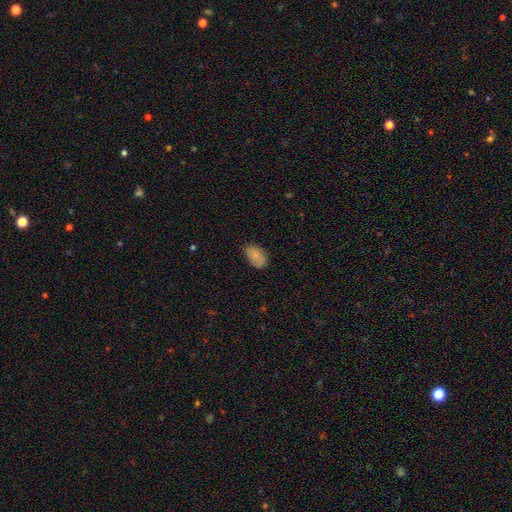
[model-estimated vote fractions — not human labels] A smooth galaxy with no disk features (85%) that is in between round and cigar-shaped (92%). Merging: none (74%).